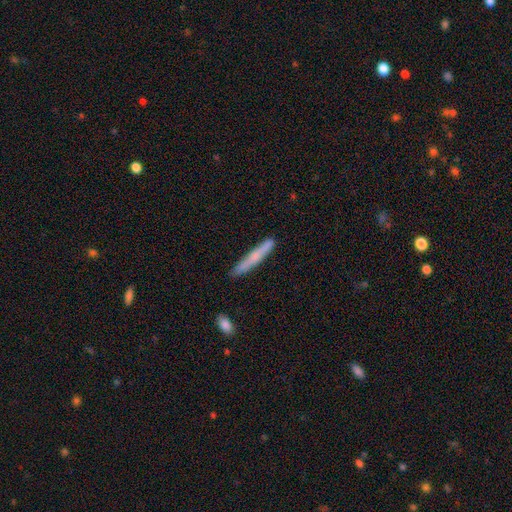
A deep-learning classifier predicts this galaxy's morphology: A smooth galaxy with no disk features (64%) that is cigar-shaped (96%).

Vote fractions:
- Smooth or featured? smooth: 64% / featured or disk: 30% / star or artifact: 6%
- How rounded? cigar-shaped: 96% / in between: 3% / round: 1%
- Merging? none: 86% / minor disturbance: 11% / major disturbance: 2% / merger: 2%